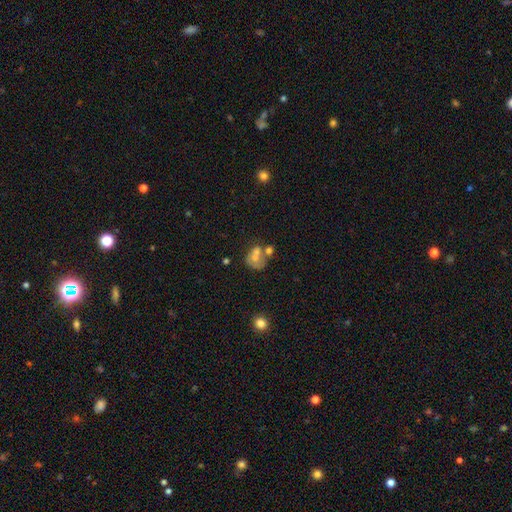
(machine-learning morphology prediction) A smooth galaxy with no disk features (57%) that is round (53%).

Vote fractions:
- Smooth or featured? smooth: 57% / featured or disk: 31% / star or artifact: 12%
- How rounded? round: 53% / in between: 46% / cigar-shaped: 1%
- Merging? merger: 51% / none: 24% / minor disturbance: 13% / major disturbance: 12%